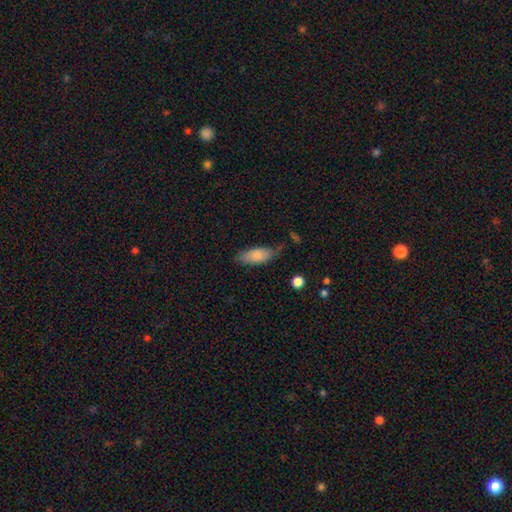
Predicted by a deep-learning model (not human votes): The model was most divided on "merging": none: 62%, minor disturbance: 28%, major disturbance: 7%, merger: 4%. More confident: smooth or featured — smooth (81%); how rounded — in between (80%).